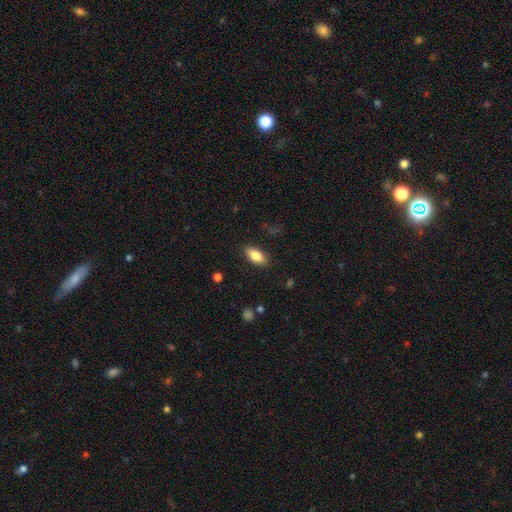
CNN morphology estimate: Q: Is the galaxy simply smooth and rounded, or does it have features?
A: smooth — 79%.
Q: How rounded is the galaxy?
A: in between — 84%.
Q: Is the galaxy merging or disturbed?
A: none — 86%.